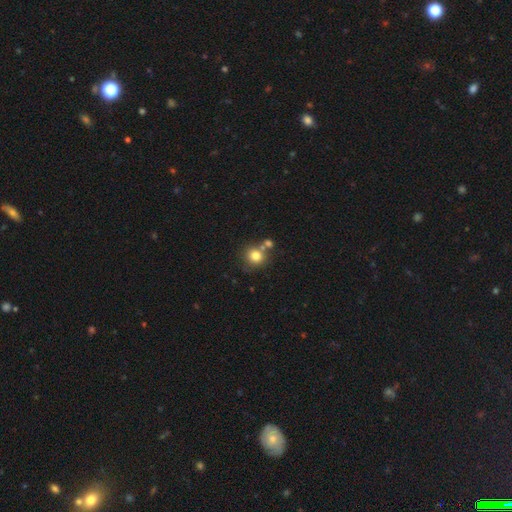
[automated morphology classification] A smooth galaxy with no disk features (80%) that is round (85%).

Vote fractions:
- Smooth or featured? smooth: 80% / star or artifact: 11% / featured or disk: 9%
- How rounded? round: 85% / in between: 14% / cigar-shaped: 1%
- Merging? none: 62% / merger: 24% / minor disturbance: 11% / major disturbance: 4%